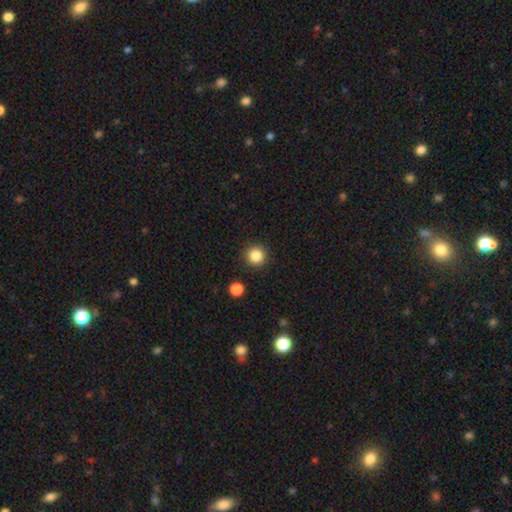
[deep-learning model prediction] Smooth or featured: smooth — 84% (star or artifact — 11%)
How rounded: round — 95% (in between — 4%)
Merging: none — 91% (minor disturbance — 5%)